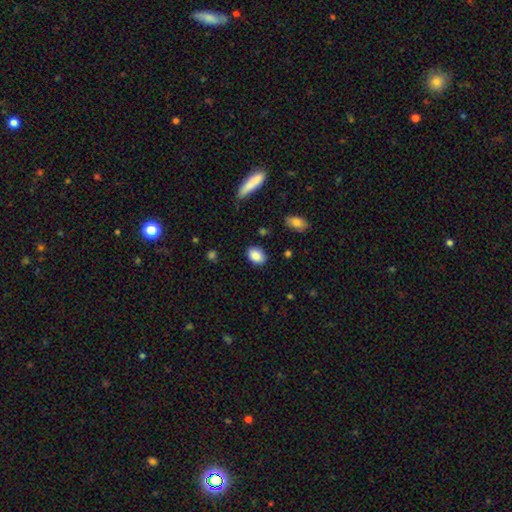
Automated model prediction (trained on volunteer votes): Smooth or featured?
  - smooth: 87% *
  - star or artifact: 8%
  - featured or disk: 5%
How rounded?
  - in between: 81% *
  - round: 18%
  - cigar-shaped: 1%
Merging?
  - none: 83% *
  - minor disturbance: 12%
  - major disturbance: 3%
  - merger: 2%